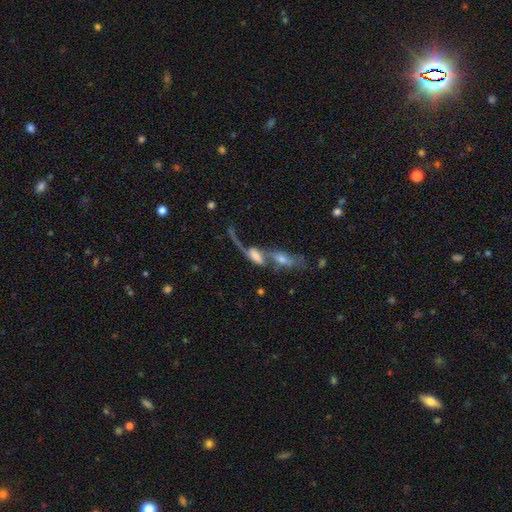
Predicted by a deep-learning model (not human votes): Morphology: type=featured or disk (52%); edge-on=no (80%); merging=merger (69%).